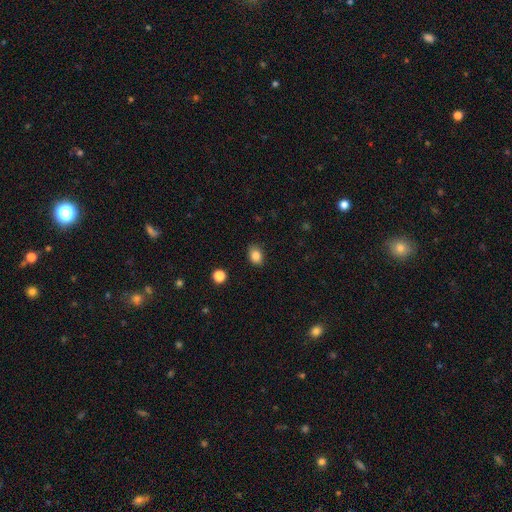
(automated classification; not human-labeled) Overall: smooth (85%). How rounded: in between (61%; round 38%). Merging: none (85%).